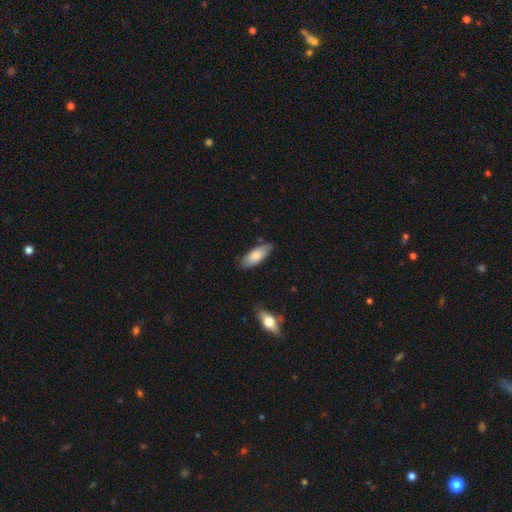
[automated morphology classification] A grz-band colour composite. It shows a smooth galaxy with no disk features (78%) that is in between round and cigar-shaped (76%). Merging: none (79%).